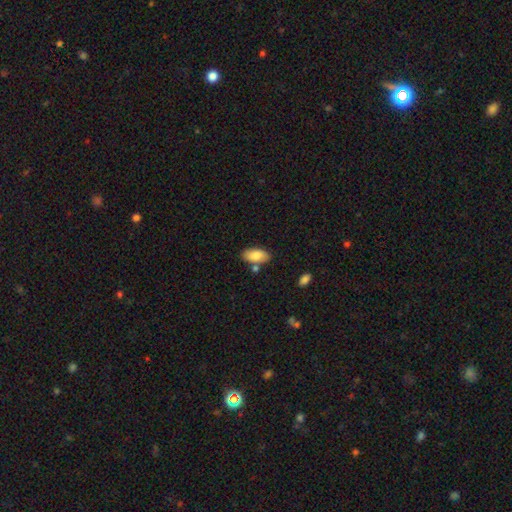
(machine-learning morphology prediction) Smooth or featured? smooth (83%)
How rounded? in between (93%)
Merging? none (74%)